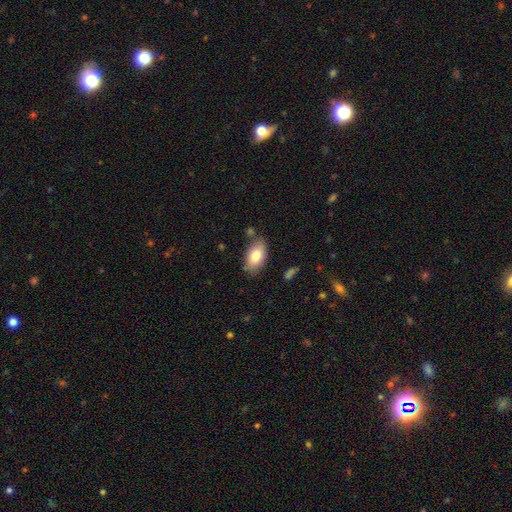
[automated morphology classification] Smooth or featured?
  - smooth: 78% *
  - featured or disk: 14%
  - star or artifact: 7%
How rounded?
  - in between: 92% *
  - round: 6%
  - cigar-shaped: 2%
Merging?
  - none: 77% *
  - minor disturbance: 15%
  - merger: 5%
  - major disturbance: 3%